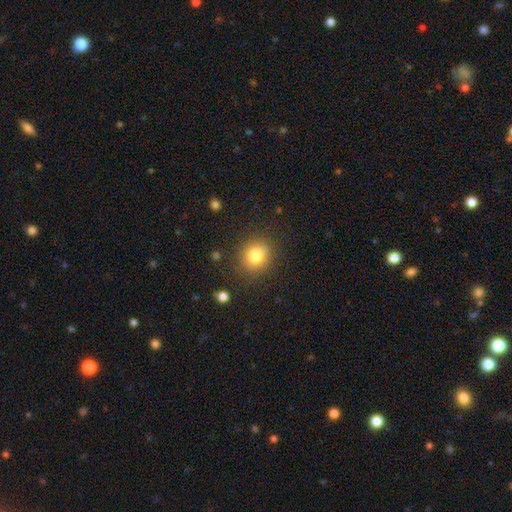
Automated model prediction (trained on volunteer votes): Morphology: type=smooth (80%); roundness=round (85%); merging=none (84%).